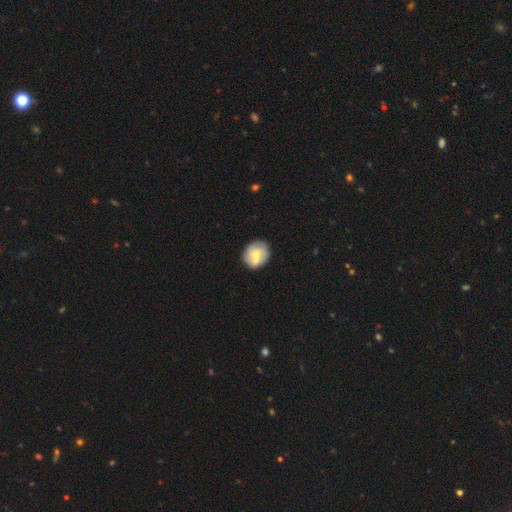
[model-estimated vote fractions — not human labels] Smooth or featured: smooth — 52% (featured or disk — 41%)
How rounded: round — 65% (in between — 33%)
Merging: none — 67% (minor disturbance — 20%)